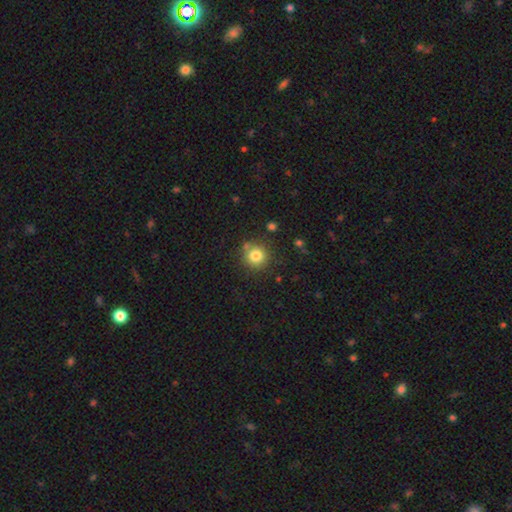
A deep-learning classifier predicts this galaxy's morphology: This appears to be a smooth galaxy with no disk features (81%) that is round (93%). Merging: none (82%).